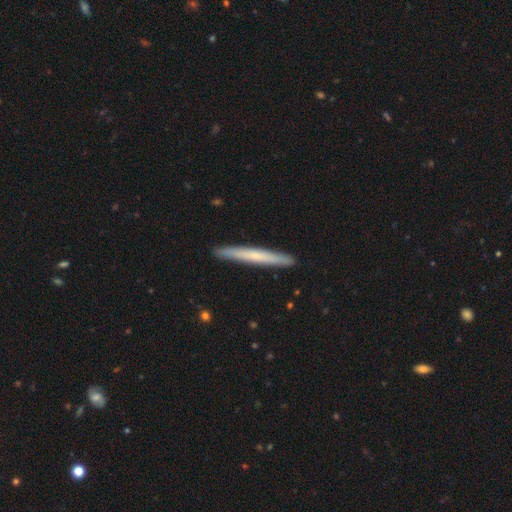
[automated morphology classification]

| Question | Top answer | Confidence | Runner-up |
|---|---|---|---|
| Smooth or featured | smooth | 55% | featured or disk (40%) |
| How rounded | cigar-shaped | 97% | in between (2%) |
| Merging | none | 92% | minor disturbance (6%) |